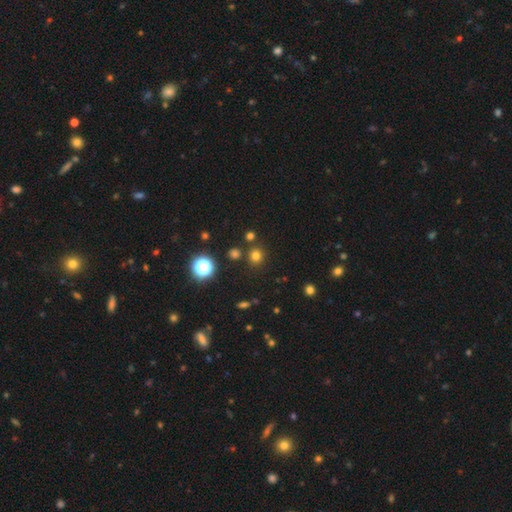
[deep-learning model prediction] A smooth galaxy with no disk features (72%) that is round (90%). Merging: none (83%).